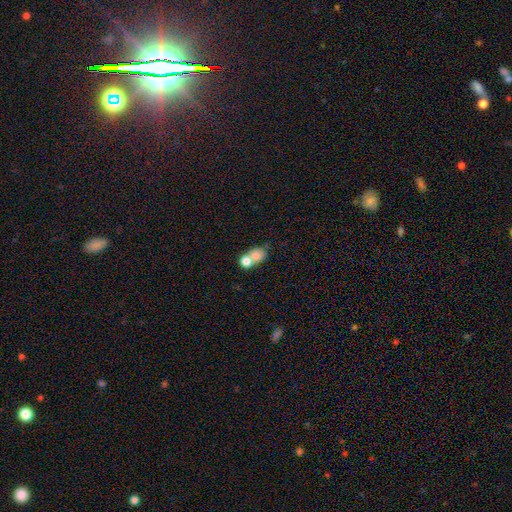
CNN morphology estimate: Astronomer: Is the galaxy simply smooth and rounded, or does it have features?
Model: smooth — 76%.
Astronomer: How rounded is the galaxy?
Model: round — 54% (runner-up: in between, 44%).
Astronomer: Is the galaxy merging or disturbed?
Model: merger — 68%.